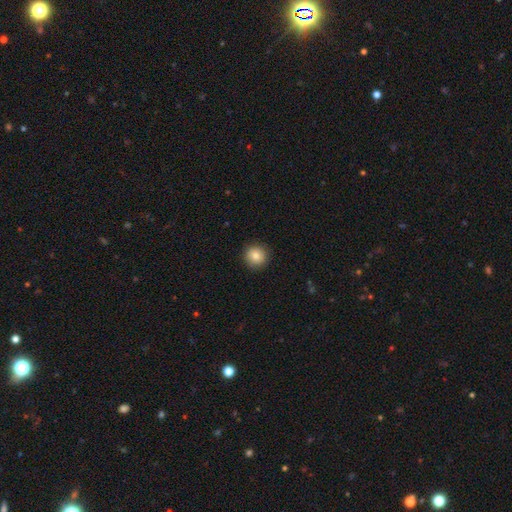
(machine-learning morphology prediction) Smooth or featured? smooth (82%)
How rounded? round (93%)
Merging? none (90%)